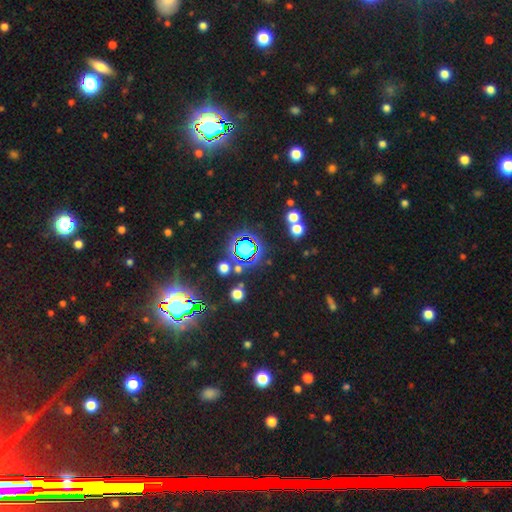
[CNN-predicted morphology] A star or artifact, not a galaxy (79%).

Vote fractions:
- Smooth or featured? star or artifact: 79% / smooth: 13% / featured or disk: 8%